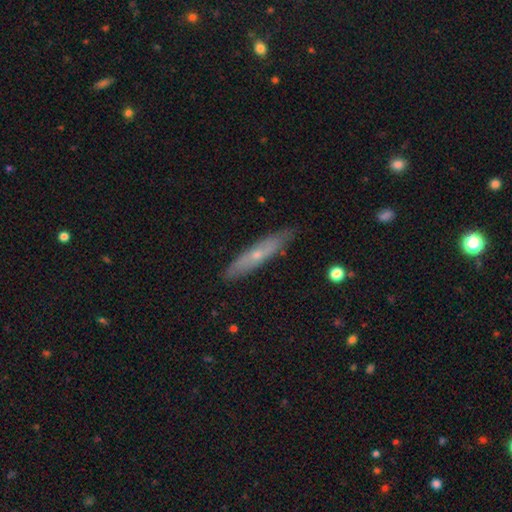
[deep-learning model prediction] This is possibly a featured or disk galaxy (51%). It is likely viewed edge-on (72%). Merging: clearly none (82%).